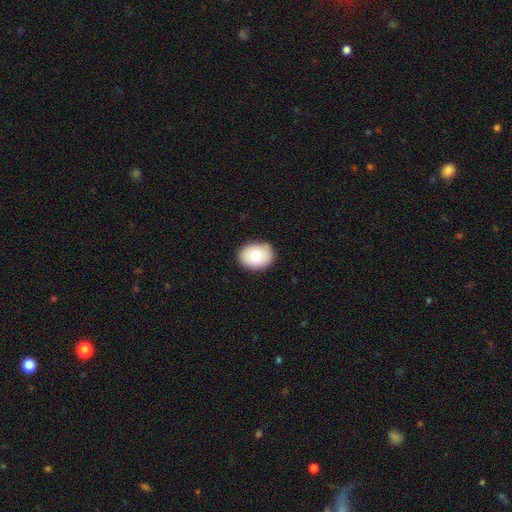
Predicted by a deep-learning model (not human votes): Smooth or featured: smooth — 75% (featured or disk — 18%)
How rounded: in between — 61% (round — 38%)
Merging: none — 86% (minor disturbance — 10%)